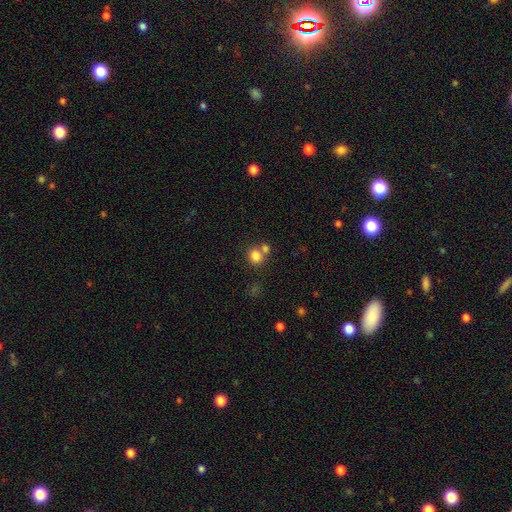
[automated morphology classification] Smooth or featured?
  - smooth: 81% *
  - star or artifact: 11%
  - featured or disk: 8%
How rounded?
  - round: 76% *
  - in between: 23%
  - cigar-shaped: 1%
Merging?
  - none: 52% *
  - merger: 36%
  - minor disturbance: 8%
  - major disturbance: 4%